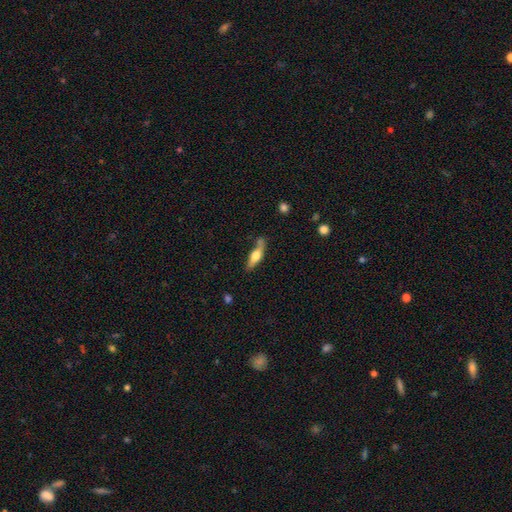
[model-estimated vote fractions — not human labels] Overall: smooth (49%; featured or disk 45%). Merging: none (65%).